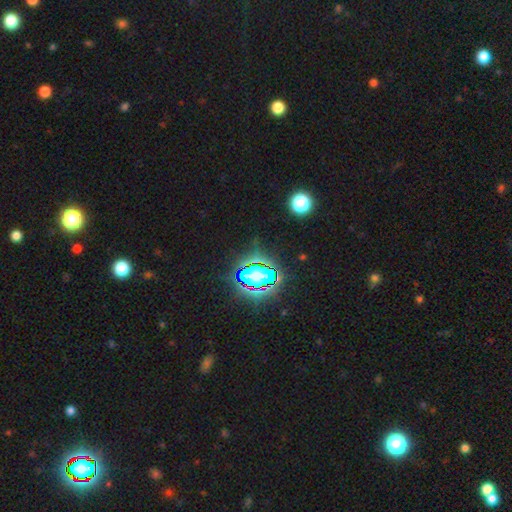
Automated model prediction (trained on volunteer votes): Smooth or featured? Predicted: star or artifact (p=0.80).